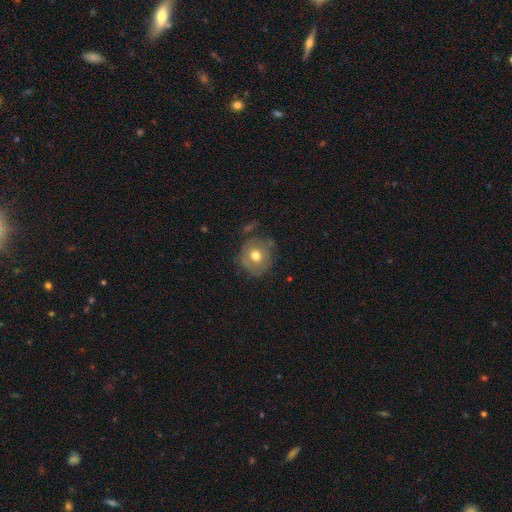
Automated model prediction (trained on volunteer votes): Smooth or featured: smooth — 58% (featured or disk — 33%)
How rounded: round — 83% (in between — 17%)
Merging: none — 65% (minor disturbance — 23%)